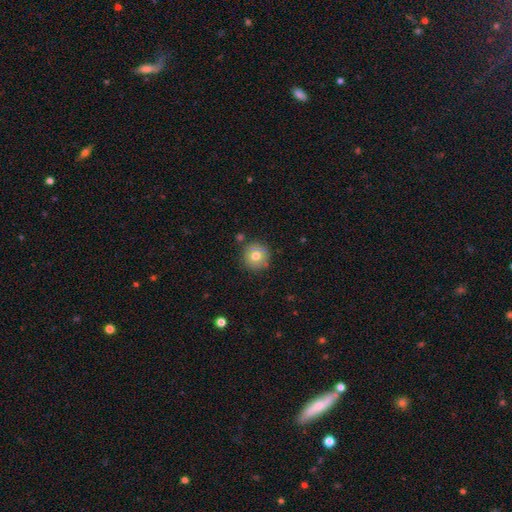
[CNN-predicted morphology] Smooth or featured? smooth (75%)
How rounded? round (94%)
Merging? none (85%)